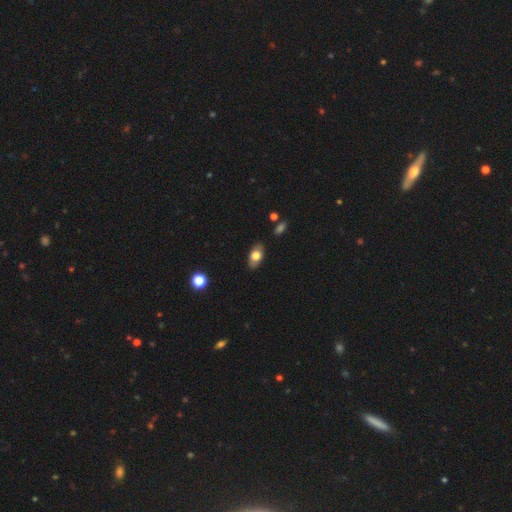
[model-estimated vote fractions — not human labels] A smooth galaxy with no disk features (73%) that is in between round and cigar-shaped (89%). Merging: none (84%).